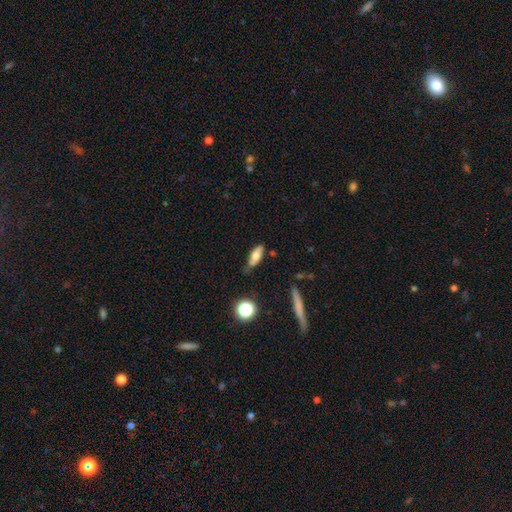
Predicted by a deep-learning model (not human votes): Overall: smooth (67%). How rounded: in between (67%; cigar-shaped 30%). Merging: none (64%; minor disturbance 26%).